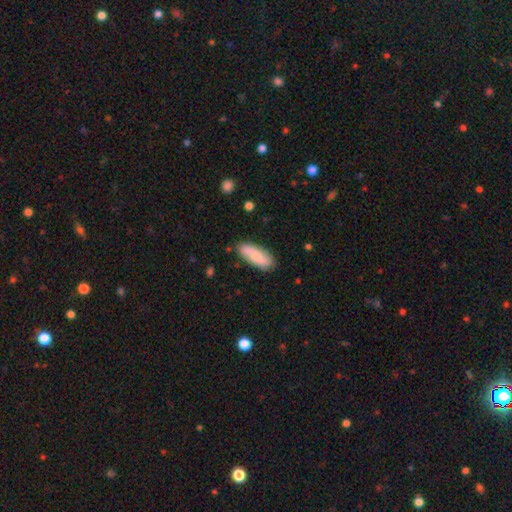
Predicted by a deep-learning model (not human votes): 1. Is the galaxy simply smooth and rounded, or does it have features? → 74% smooth, 21% featured or disk, 6% star or artifact.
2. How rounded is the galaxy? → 73% in between, 25% cigar-shaped, 2% round.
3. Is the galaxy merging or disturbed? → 81% none, 14% minor disturbance, 3% major disturbance, 2% merger.